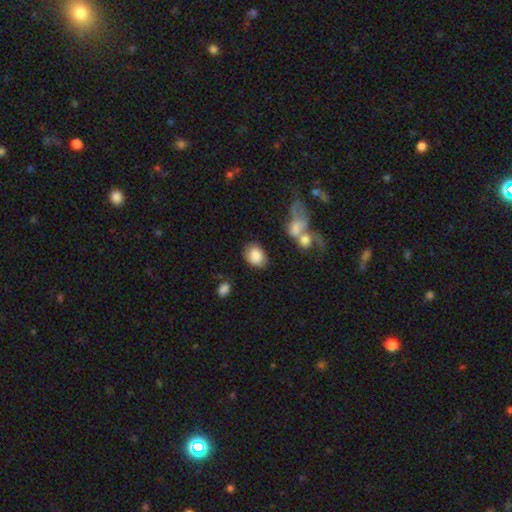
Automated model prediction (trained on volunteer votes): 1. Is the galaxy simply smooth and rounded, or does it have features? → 78% smooth, 14% featured or disk, 7% star or artifact.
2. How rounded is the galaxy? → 74% in between, 25% round, 1% cigar-shaped.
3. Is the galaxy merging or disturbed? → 63% none, 20% minor disturbance, 9% merger, 9% major disturbance.